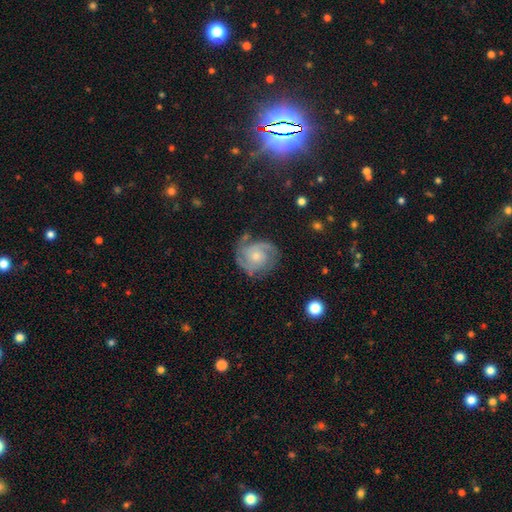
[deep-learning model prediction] Smooth or featured?
  - featured or disk: 80% *
  - smooth: 14%
  - star or artifact: 6%
Edge-on disk?
  - no: 98% *
  - yes: 2%
Bar?
  - no: 73% *
  - weak: 23%
  - strong: 3%
Spiral arms?
  - yes: 95% *
  - no: 5%
Spiral winding?
  - tight: 50% *
  - medium: 40%
  - loose: 10%
Spiral arm count?
  - 2: 48% *
  - 3: 24%
  - can't tell: 16%
  - 1: 5%
  - 4: 5%
  - more than 4: 4%
Bulge size?
  - small: 49% *
  - moderate: 43%
  - none: 3%
  - large: 3%
  - dominant: 1%
Merging?
  - none: 68% *
  - minor disturbance: 21%
  - major disturbance: 9%
  - merger: 2%